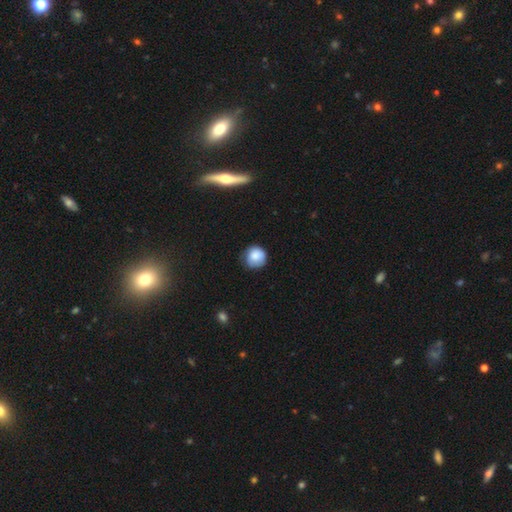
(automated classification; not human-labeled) This appears to be a smooth galaxy with no disk features (82%) that is round (90%). Merging: none (66%).